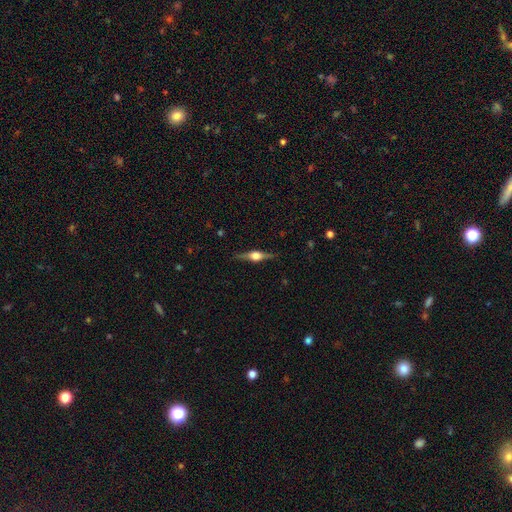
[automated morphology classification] Smooth or featured: featured or disk — 79% (smooth — 14%)
Edge-on disk: yes — 98% (no — 2%)
Edge-on bulge: rounded — 92% (boxy — 7%)
Merging: none — 88% (minor disturbance — 9%)